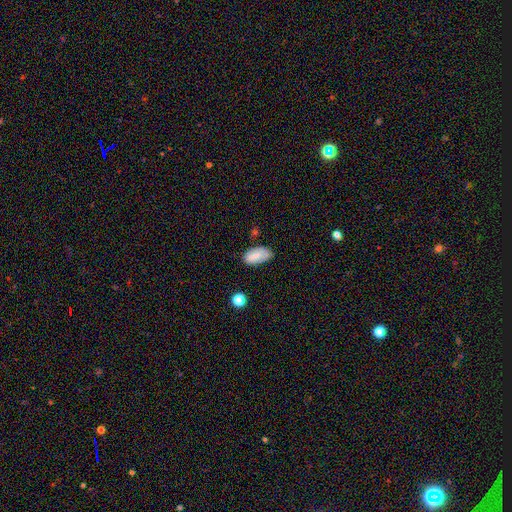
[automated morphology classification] type=smooth (72%); roundness=in between (93%); merging=none (66%).